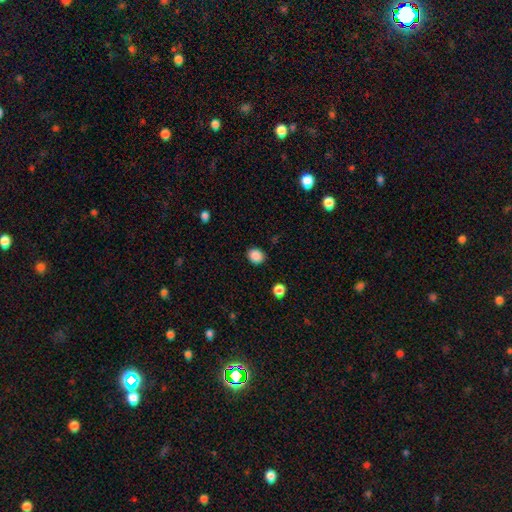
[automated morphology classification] A smooth galaxy with no disk features (88%) that is round (69%). Merging: none (89%).